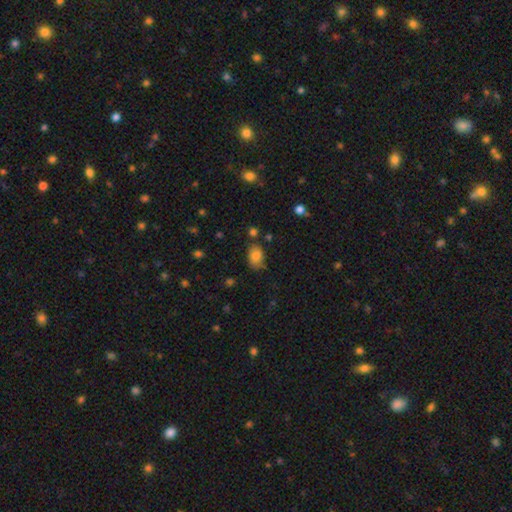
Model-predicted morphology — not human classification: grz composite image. It shows a smooth galaxy with no disk features (81%) that is in between round and cigar-shaped (83%). Merging: none (71%).